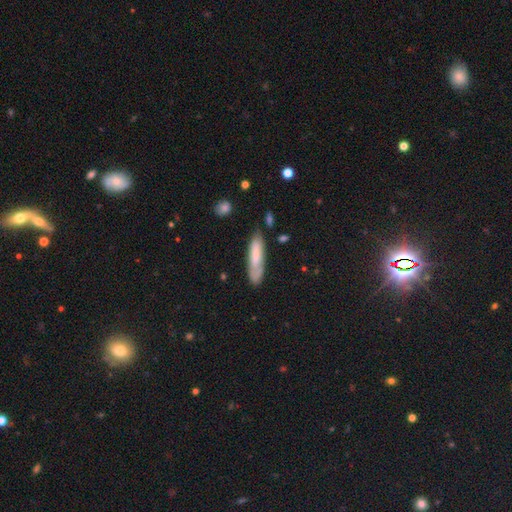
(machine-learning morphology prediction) A smooth galaxy with no disk features (67%) that is cigar-shaped (76%). Merging: none (67%).